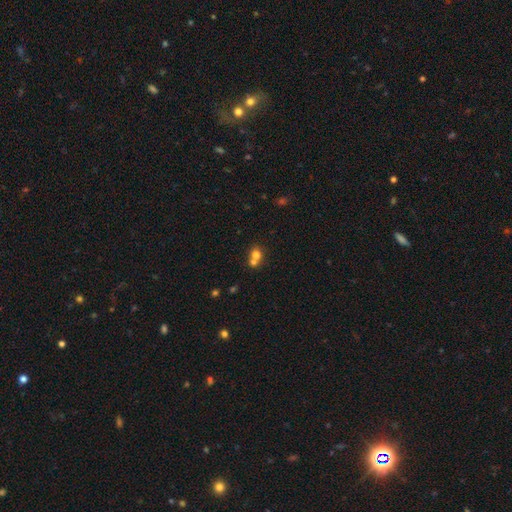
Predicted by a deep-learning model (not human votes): Overall: smooth (73%). How rounded: round (75%). Merging: merger (57%; none 34%).